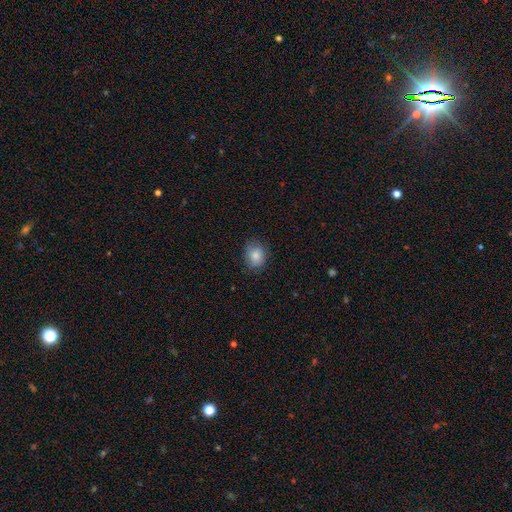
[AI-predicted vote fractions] smooth_or_featured: smooth (p=0.85) [alt: star or artifact p=0.09]
how_rounded: round (p=0.60) [alt: in between p=0.39]
merging: none (p=0.82) [alt: minor disturbance p=0.13]